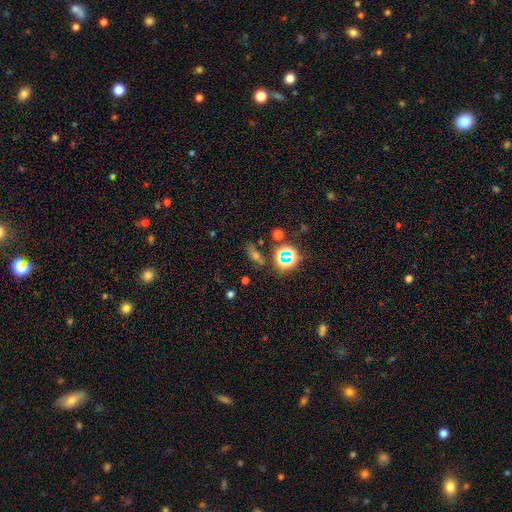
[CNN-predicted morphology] smooth_or_featured: smooth (p=0.41) [tied with: star or artifact p=0.41]
merging: none (p=0.74) [alt: minor disturbance p=0.14]